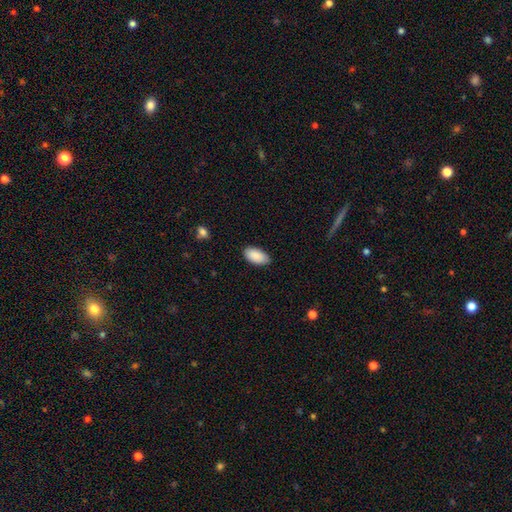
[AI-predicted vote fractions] Smooth or featured? Predicted: smooth (p=0.90). How rounded? Predicted: in between (p=0.96). Merging? Predicted: none (p=0.85).